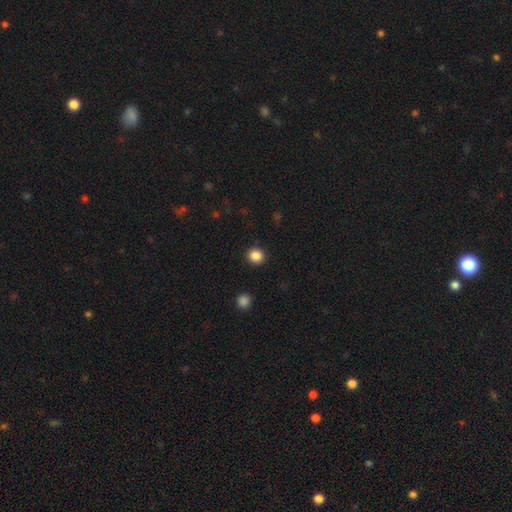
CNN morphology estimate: Q: Smooth or featured?
A: smooth (86%); runner-up: star or artifact (11%)
Q: How rounded?
A: round (88%); runner-up: in between (11%)
Q: Merging?
A: none (91%); runner-up: minor disturbance (5%)